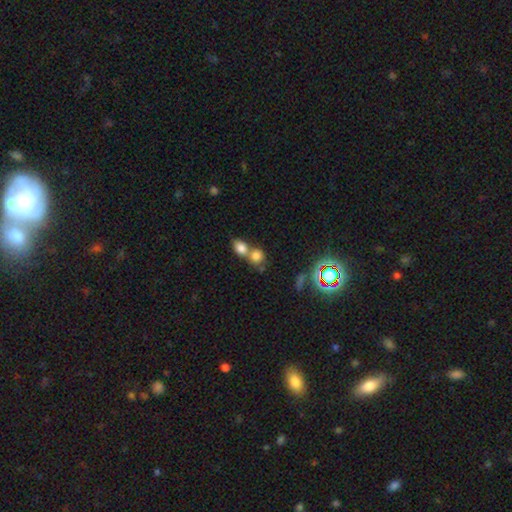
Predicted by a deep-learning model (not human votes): Smooth or featured: smooth — 77% (star or artifact — 12%)
How rounded: round — 63% (in between — 35%)
Merging: merger — 58% (none — 32%)